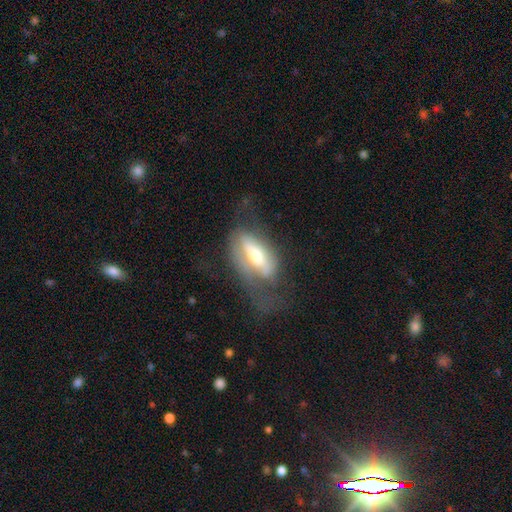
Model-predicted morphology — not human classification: type=featured or disk (56%); edge-on=no (70%); merging=none (43%).